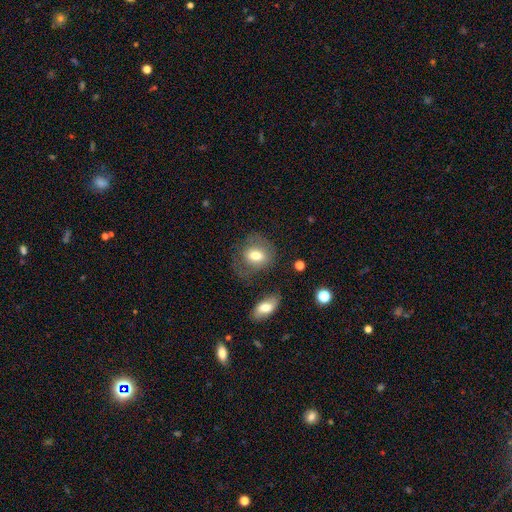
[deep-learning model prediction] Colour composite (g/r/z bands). It shows a smooth galaxy with no disk features (73%) that is in between round and cigar-shaped (54%). Merging: none (59%).